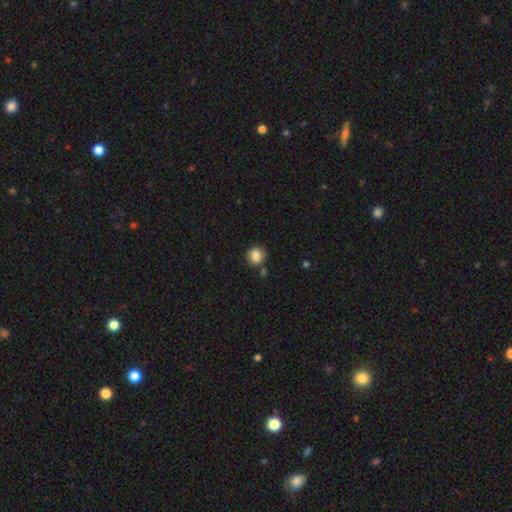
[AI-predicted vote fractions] Smooth or featured: smooth — 85% (star or artifact — 9%)
How rounded: round — 85% (in between — 14%)
Merging: none — 73% (minor disturbance — 14%)